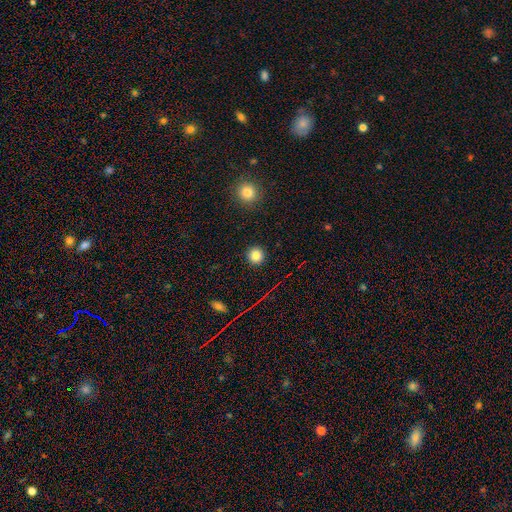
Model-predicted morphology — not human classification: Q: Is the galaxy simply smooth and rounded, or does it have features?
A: smooth — 83%.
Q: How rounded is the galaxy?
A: round — 94%.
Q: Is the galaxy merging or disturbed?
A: none — 92%.